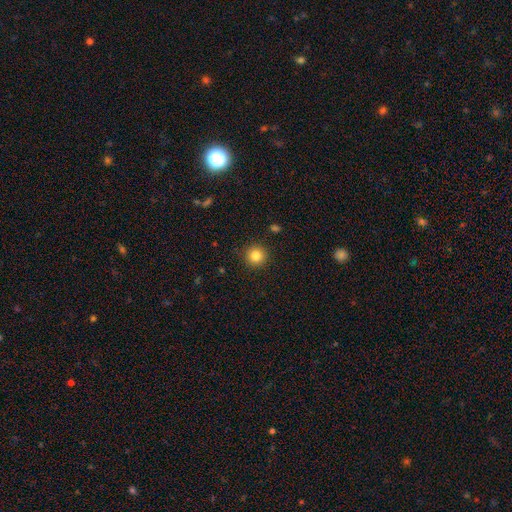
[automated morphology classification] Smooth or featured? smooth (84%)
How rounded? round (95%)
Merging? none (92%)